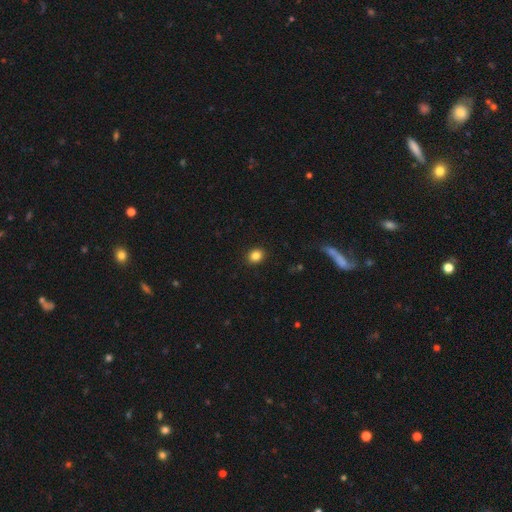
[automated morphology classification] Smooth or featured: smooth — 85% (star or artifact — 11%)
How rounded: round — 66% (in between — 34%)
Merging: none — 91% (minor disturbance — 6%)